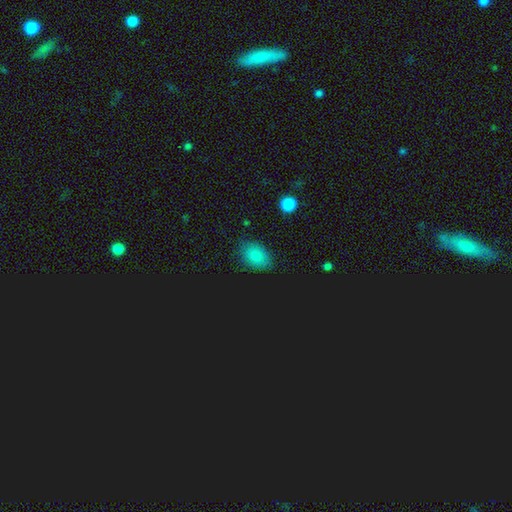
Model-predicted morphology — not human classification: Smooth or featured? smooth (77%)
How rounded? in between (78%)
Merging? none (82%)